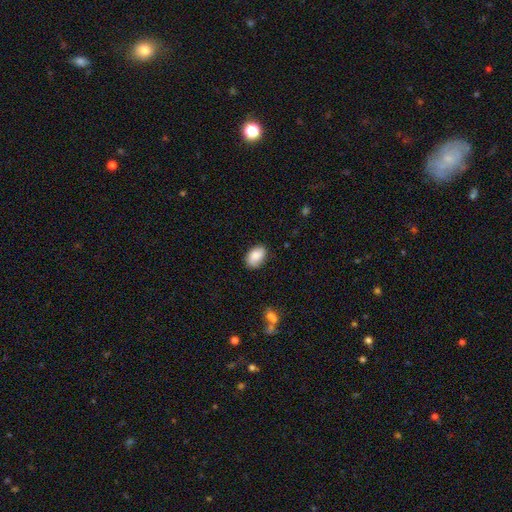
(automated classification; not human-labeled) This appears to be a smooth galaxy with no disk features (84%) that is in between round and cigar-shaped (87%). Merging: none (77%).